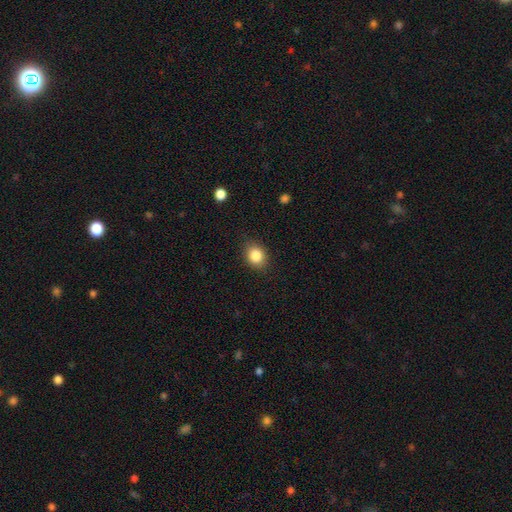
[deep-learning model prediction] The model was most divided on "how rounded": round: 56%, in between: 44%, cigar-shaped: 1%. More confident: merging — none (86%); smooth or featured — smooth (84%).